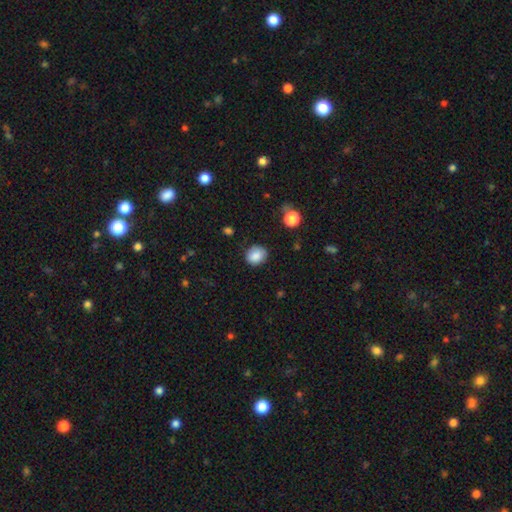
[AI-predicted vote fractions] Smooth or featured?
  - smooth: 86% *
  - star or artifact: 9%
  - featured or disk: 6%
How rounded?
  - round: 68% *
  - in between: 31%
  - cigar-shaped: 1%
Merging?
  - none: 78% *
  - minor disturbance: 17%
  - major disturbance: 4%
  - merger: 2%